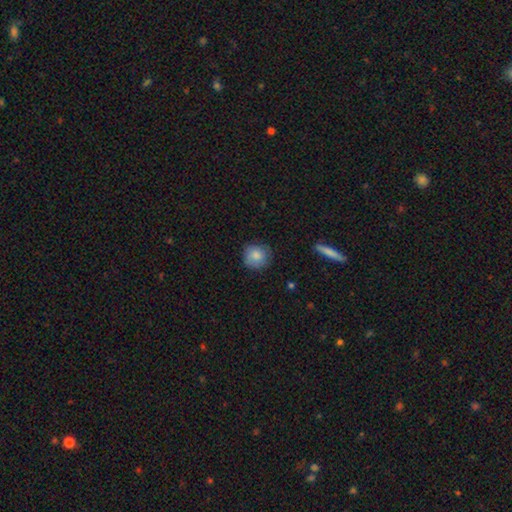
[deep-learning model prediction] Smooth or featured? Predicted: smooth (p=0.83). How rounded? Predicted: round (p=0.89). Merging? Predicted: none (p=0.79).